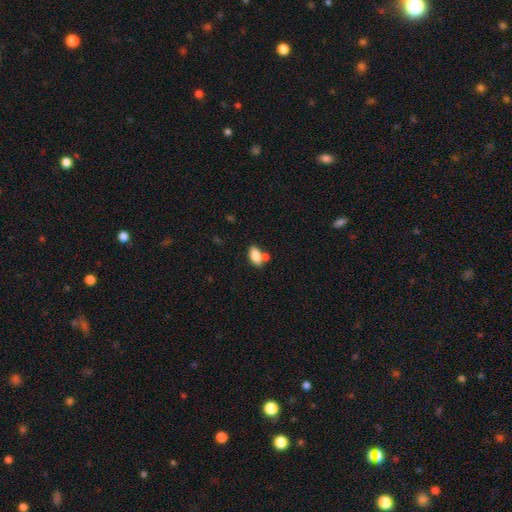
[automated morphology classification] Overall: smooth (81%). How rounded: in between (89%). Merging: none (55%; merger 28%).